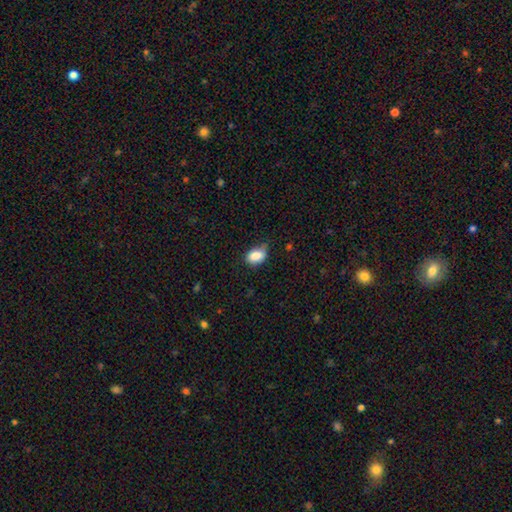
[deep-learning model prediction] The model was most divided on "merging": none: 55%, minor disturbance: 35%, major disturbance: 8%, merger: 3%. More confident: smooth or featured — smooth (85%); how rounded — in between (82%).